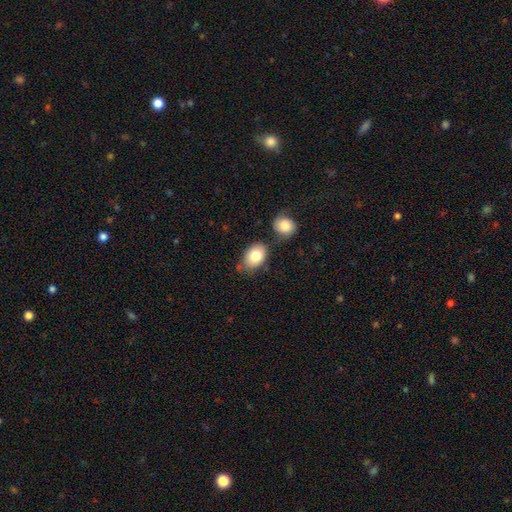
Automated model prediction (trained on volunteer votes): Q: Smooth or featured?
A: smooth (81%); runner-up: featured or disk (12%)
Q: How rounded?
A: in between (81%); runner-up: round (18%)
Q: Merging?
A: none (61%); runner-up: minor disturbance (18%)